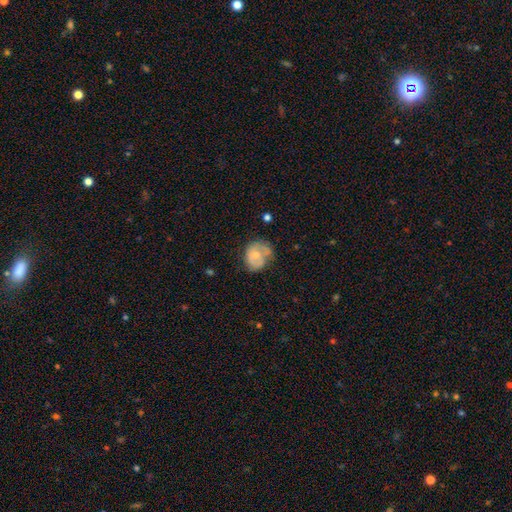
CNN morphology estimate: Smooth or featured?
  - featured or disk: 47% *
  - smooth: 46%
  - star or artifact: 7%
Merging?
  - none: 44% *
  - minor disturbance: 33%
  - major disturbance: 19%
  - merger: 5%